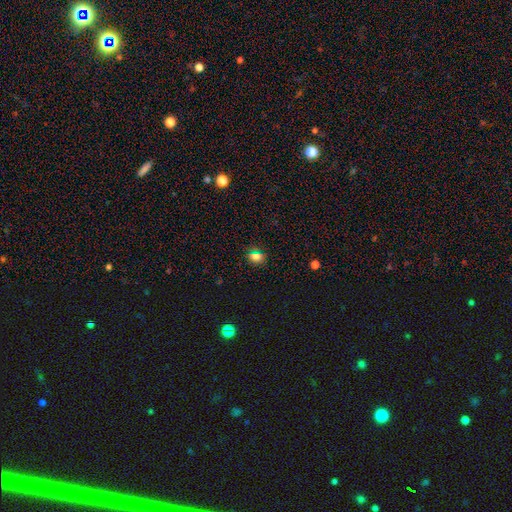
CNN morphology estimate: type=smooth (72%); roundness=round (58%); merging=none (85%).